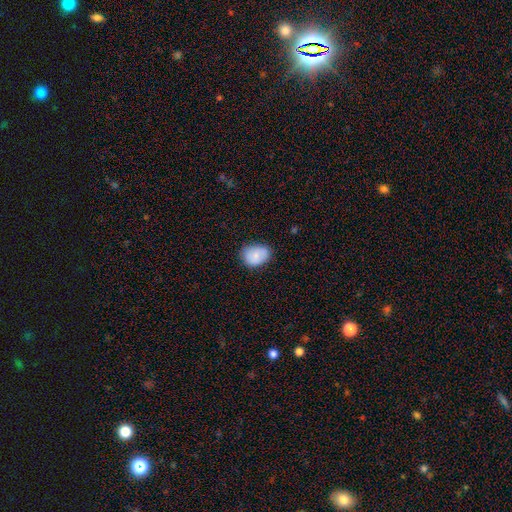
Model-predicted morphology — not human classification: smooth-or-featured: smooth: 80% | featured or disk: 13% | star or artifact: 7%
  how-rounded: in between: 68% | round: 31% | cigar-shaped: 1%
  merging: none: 75% | minor disturbance: 21% | major disturbance: 4% | merger: 1%